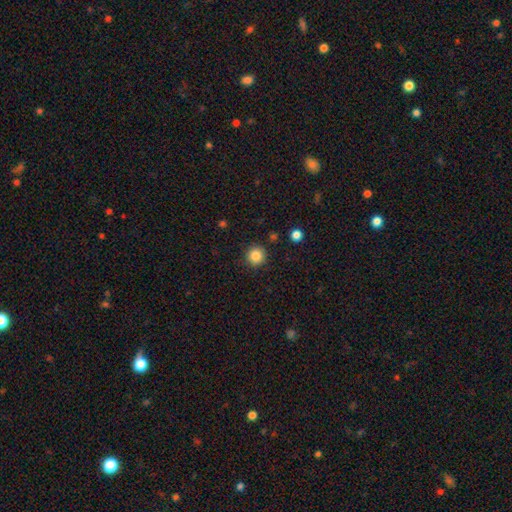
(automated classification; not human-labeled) Overall: smooth (86%). How rounded: round (95%). Merging: none (90%).